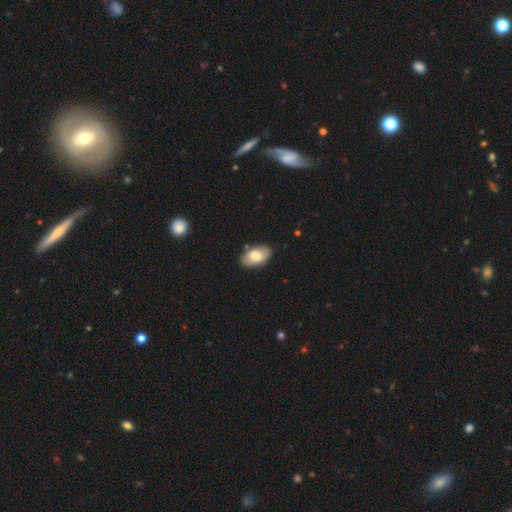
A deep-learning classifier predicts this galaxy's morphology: Smooth or featured? Predicted: smooth (p=0.74). How rounded? Predicted: in between (p=0.94). Merging? Predicted: none (p=0.81).